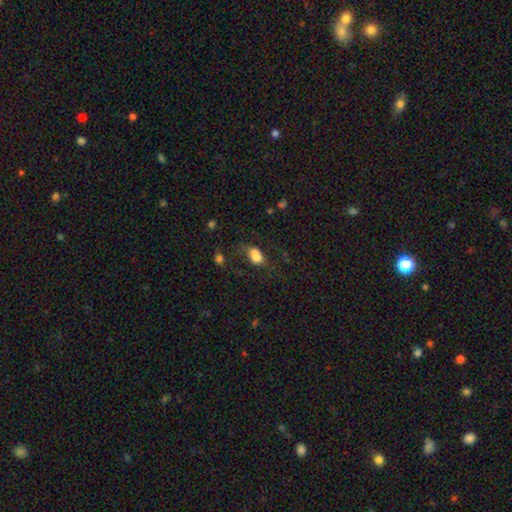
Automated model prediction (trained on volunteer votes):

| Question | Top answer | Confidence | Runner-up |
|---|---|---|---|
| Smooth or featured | smooth | 73% | featured or disk (14%) |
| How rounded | in between | 71% | round (27%) |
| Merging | merger | 40% | none (31%) |